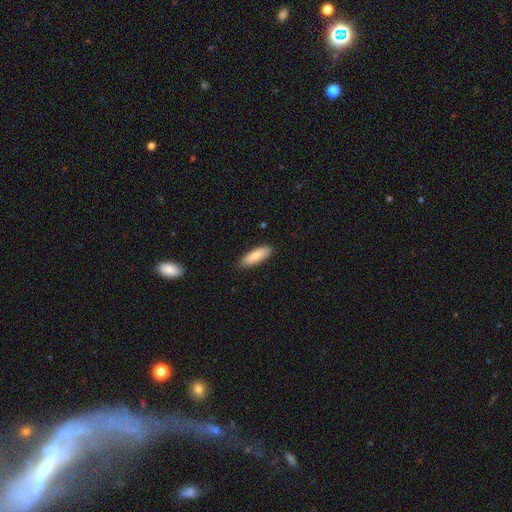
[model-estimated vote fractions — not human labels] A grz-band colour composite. It shows a smooth galaxy with no disk features (87%) that is in between round and cigar-shaped (63%). Merging: none (88%).